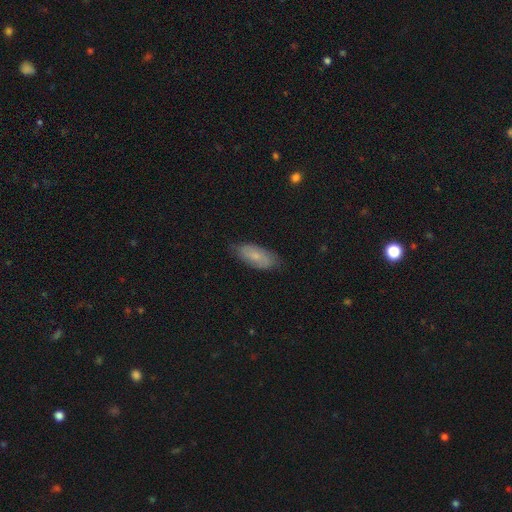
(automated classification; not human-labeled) The model was most divided on "smooth or featured": smooth: 63%, featured or disk: 30%, star or artifact: 7%. More confident: how rounded — in between (85%); merging — none (75%).